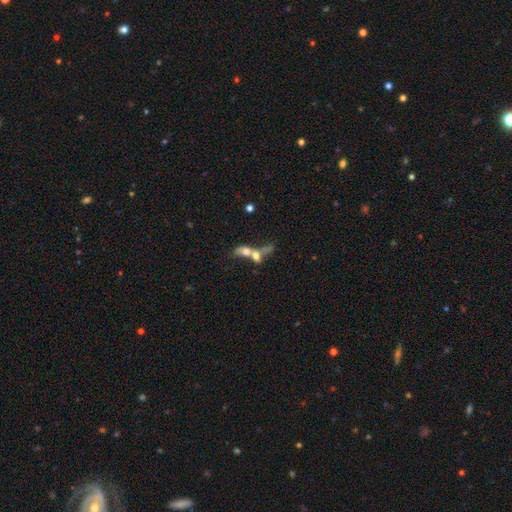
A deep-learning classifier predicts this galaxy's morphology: smooth-or-featured: smooth: 52% | featured or disk: 35% | star or artifact: 12%
  how-rounded: in between: 55% | round: 29% | cigar-shaped: 16%
  merging: merger: 76% | none: 10% | major disturbance: 9% | minor disturbance: 5%